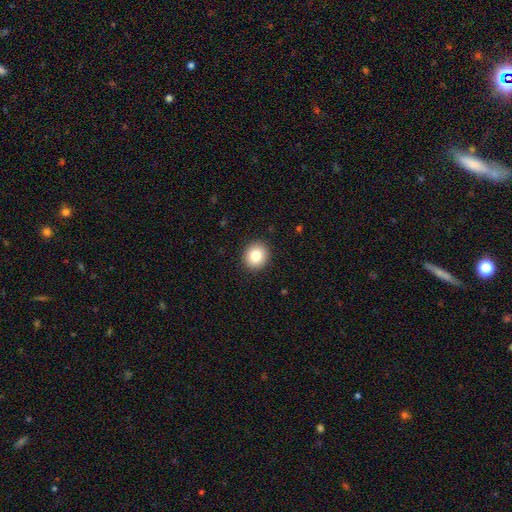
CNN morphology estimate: smooth-or-featured: smooth: 82% | star or artifact: 10% | featured or disk: 8%
  how-rounded: round: 85% | in between: 14% | cigar-shaped: 1%
  merging: none: 92% | minor disturbance: 6% | major disturbance: 2% | merger: 1%